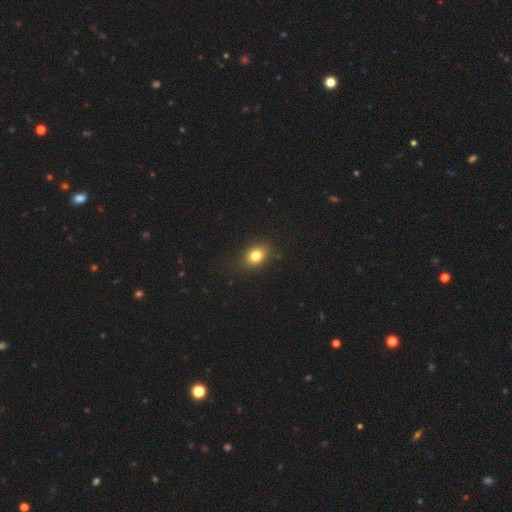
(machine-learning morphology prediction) This appears to be a smooth galaxy with no disk features (80%) that is in between round and cigar-shaped (64%). Merging: none (85%).